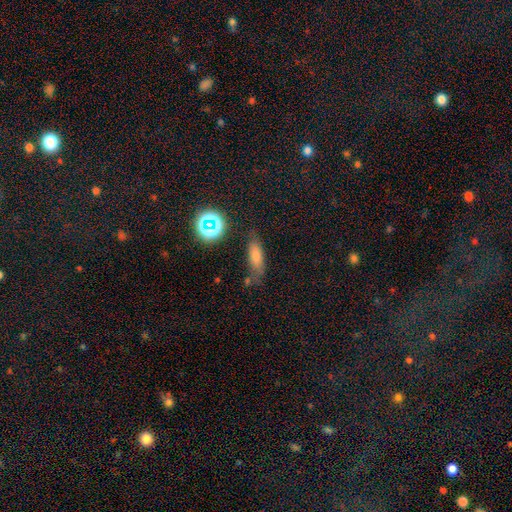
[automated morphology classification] Smooth or featured? Predicted: smooth (p=0.66). How rounded? Predicted: in between (p=0.50). Merging? Predicted: none (p=0.67).